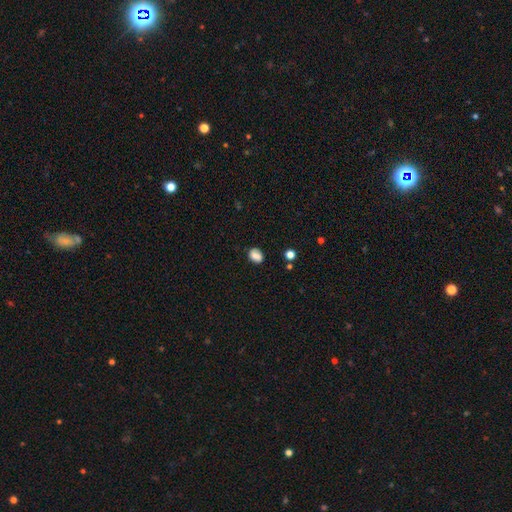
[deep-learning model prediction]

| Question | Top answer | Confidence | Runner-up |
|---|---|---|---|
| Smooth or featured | smooth | 81% | star or artifact (10%) |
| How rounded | in between | 68% | round (31%) |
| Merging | none | 75% | minor disturbance (17%) |